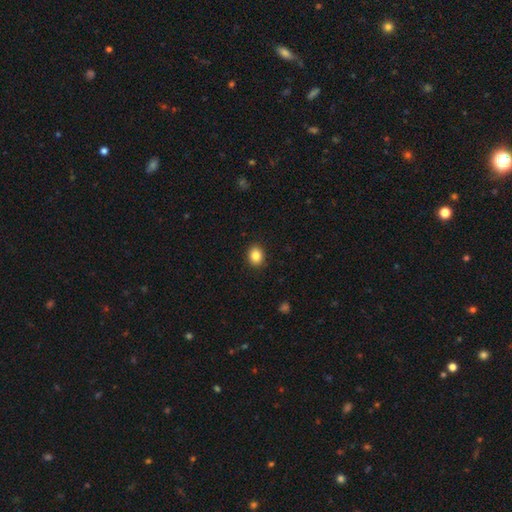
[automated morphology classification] Smooth or featured?
  - smooth: 85% *
  - star or artifact: 10%
  - featured or disk: 5%
How rounded?
  - round: 54% *
  - in between: 45%
  - cigar-shaped: 1%
Merging?
  - none: 91% *
  - minor disturbance: 7%
  - major disturbance: 2%
  - merger: 1%